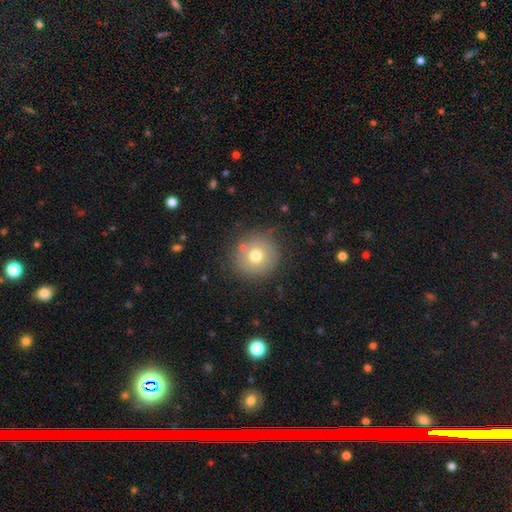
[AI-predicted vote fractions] smooth 71%, featured or disk 17%, star or artifact 12%. Down the decision tree: how rounded — round (95%); merging — none (81%).